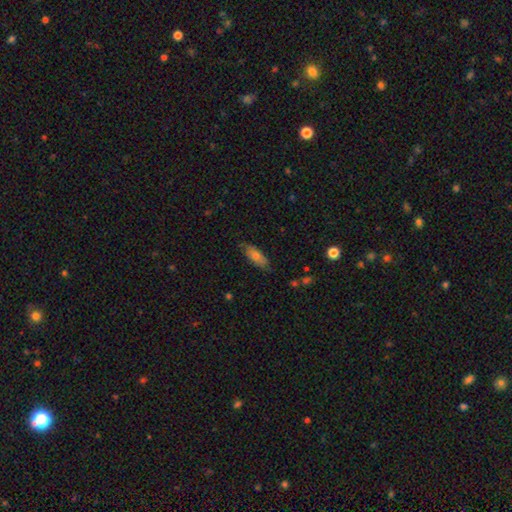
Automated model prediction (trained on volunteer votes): A smooth galaxy with no disk features (69%) that is in between round and cigar-shaped (75%).

Vote fractions:
- Smooth or featured? smooth: 69% / featured or disk: 24% / star or artifact: 7%
- How rounded? in between: 75% / cigar-shaped: 23% / round: 3%
- Merging? none: 79% / minor disturbance: 17% / major disturbance: 3% / merger: 1%